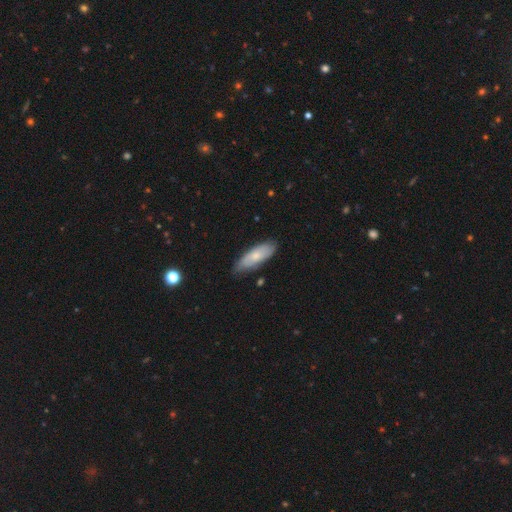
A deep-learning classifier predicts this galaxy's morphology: Smooth or featured: smooth — 67% (featured or disk — 28%)
How rounded: in between — 63% (cigar-shaped — 35%)
Merging: none — 75% (minor disturbance — 21%)